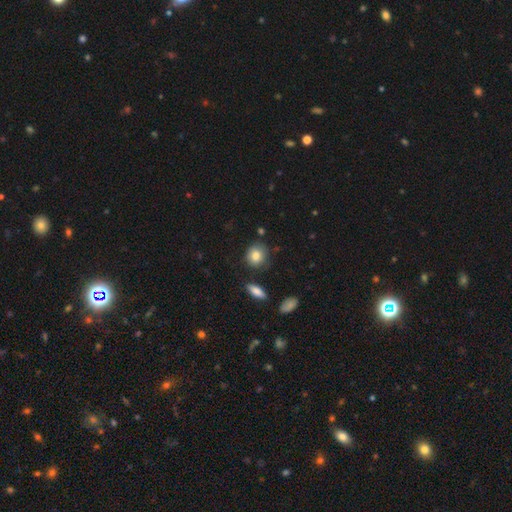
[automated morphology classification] smooth_or_featured: smooth (p=0.82) [alt: featured or disk p=0.10]
how_rounded: round (p=0.71) [alt: in between p=0.27]
merging: none (p=0.75) [alt: minor disturbance p=0.18]